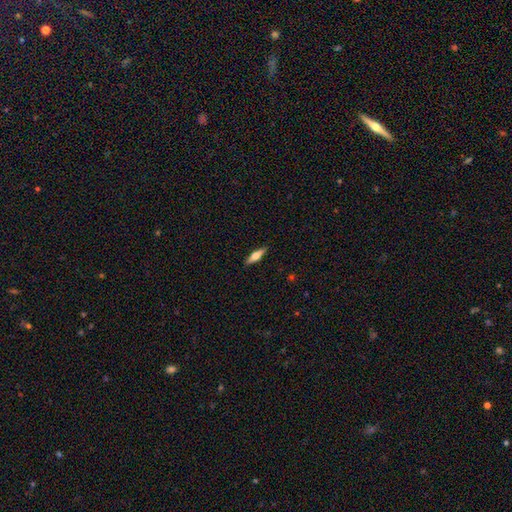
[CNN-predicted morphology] This is possibly a smooth galaxy (51%). How rounded: likely cigar-shaped (62%). Merging: clearly none (89%).